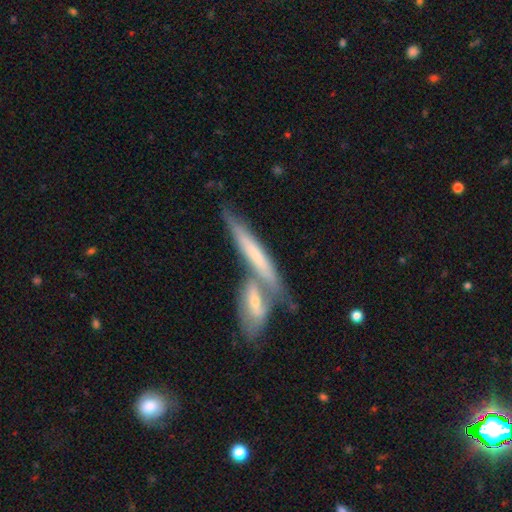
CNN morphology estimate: smooth_or_featured: featured or disk (p=0.51) [alt: smooth p=0.43]
disk_edge_on: yes (p=0.75) [alt: no p=0.25]
merging: merger (p=0.44) [alt: none p=0.41]